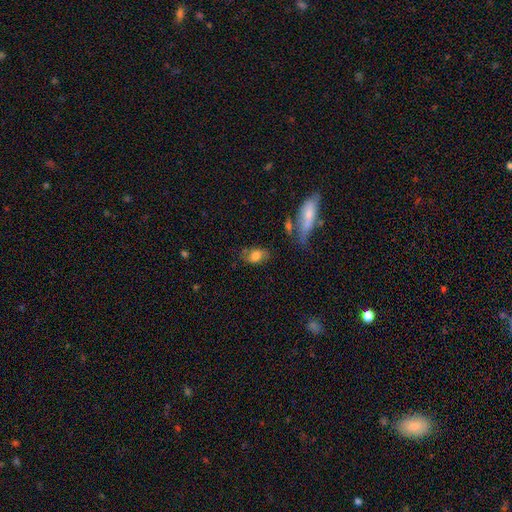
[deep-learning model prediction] A smooth galaxy with no disk features (71%) that is in between round and cigar-shaped (86%).

Vote fractions:
- Smooth or featured? smooth: 71% / featured or disk: 20% / star or artifact: 8%
- How rounded? in between: 86% / round: 11% / cigar-shaped: 3%
- Merging? none: 65% / minor disturbance: 22% / major disturbance: 8% / merger: 6%